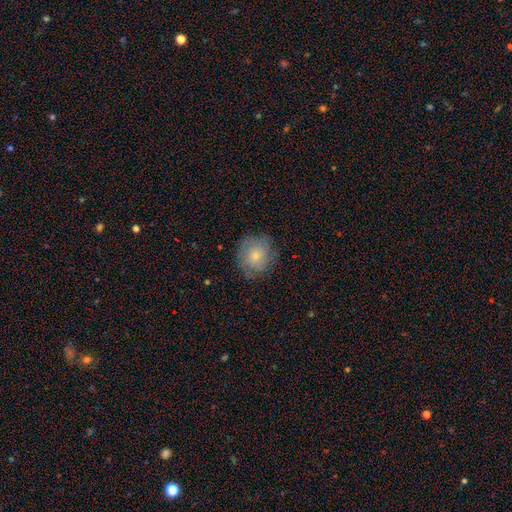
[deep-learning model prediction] Overall: smooth (69%). How rounded: round (83%). Merging: none (76%).